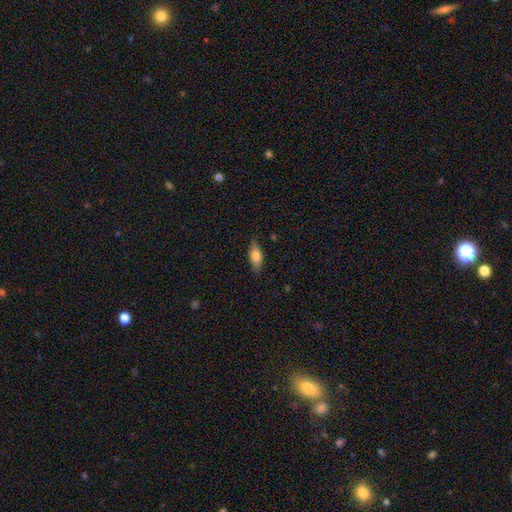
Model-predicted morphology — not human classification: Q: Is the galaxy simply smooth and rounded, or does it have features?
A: smooth — 75%.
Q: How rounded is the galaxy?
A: in between — 75%.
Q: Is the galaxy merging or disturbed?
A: none — 81%.